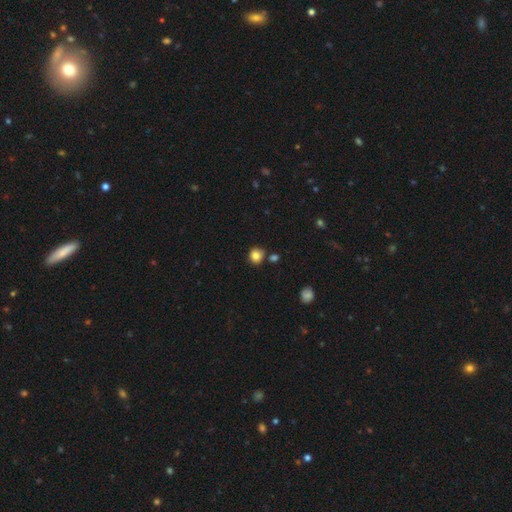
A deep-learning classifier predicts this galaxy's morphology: Overall: smooth (83%). How rounded: round (85%). Merging: none (79%).